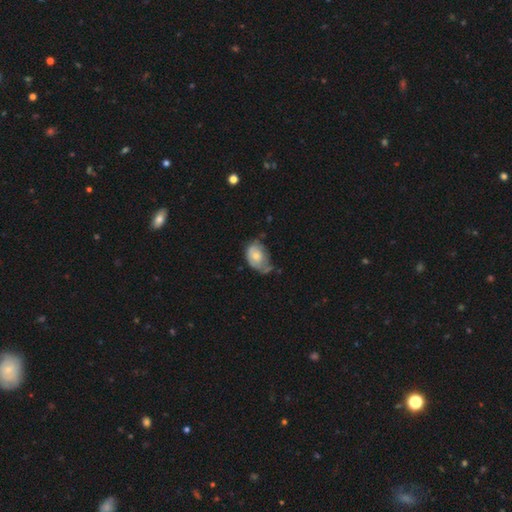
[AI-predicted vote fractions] Morphology: type=smooth (59%); roundness=in between (84%); merging=minor disturbance (43%).